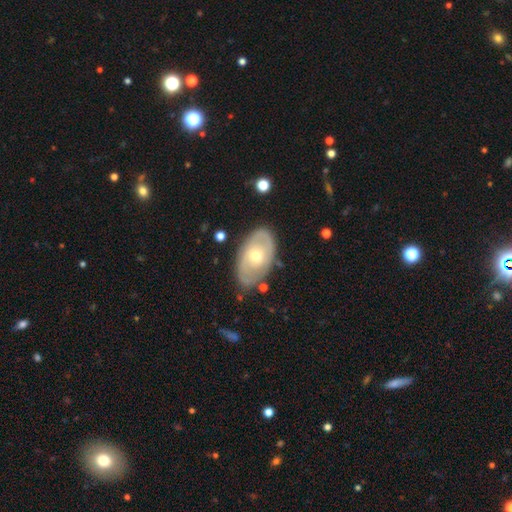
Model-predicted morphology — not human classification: This appears to be a featured or disk galaxy (63%) with no bar (75%), spiral arms (55%) and a moderate central bulge (59%). Merging: none (78%).